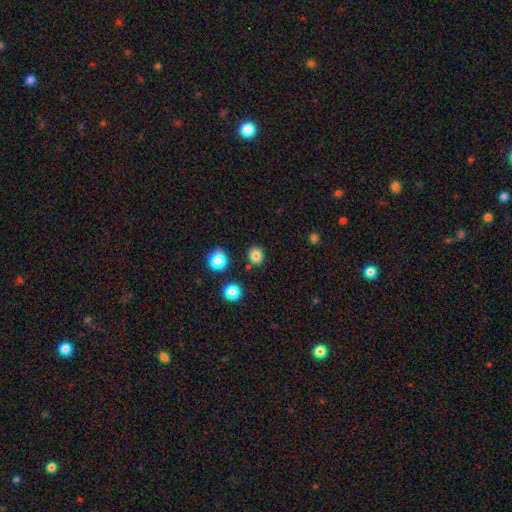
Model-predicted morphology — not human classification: This is clearly a smooth galaxy (81%). How rounded: likely round (75%). Merging: clearly none (87%).